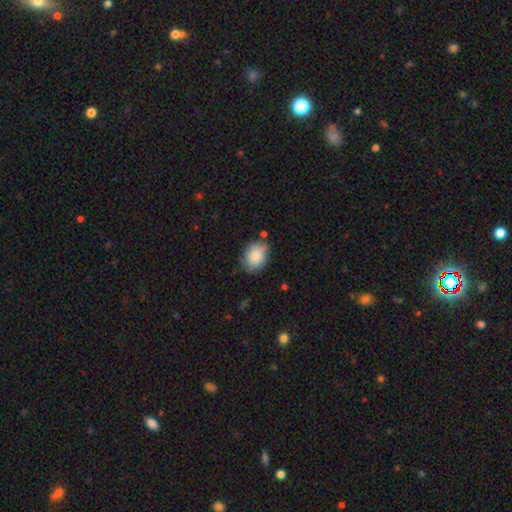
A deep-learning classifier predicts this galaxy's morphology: Smooth or featured? Predicted: smooth (p=0.85). How rounded? Predicted: in between (p=0.62). Merging? Predicted: none (p=0.72).